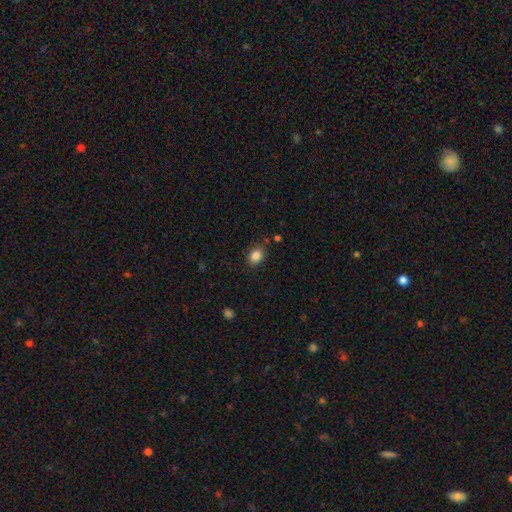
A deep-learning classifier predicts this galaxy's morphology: smooth_or_featured: smooth (p=0.86) [alt: star or artifact p=0.09]
how_rounded: in between (p=0.59) [alt: round p=0.40]
merging: none (p=0.82) [alt: minor disturbance p=0.12]